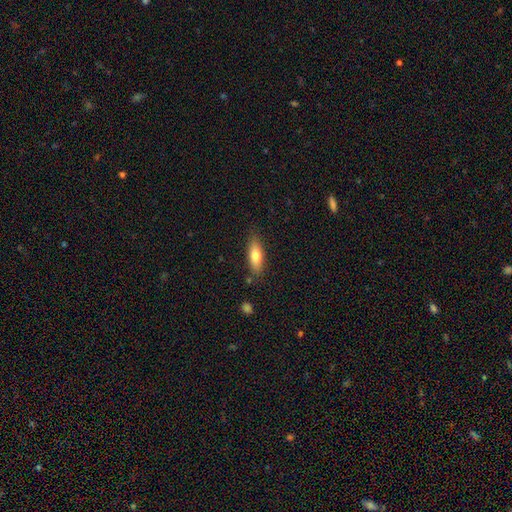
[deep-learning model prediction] smooth-or-featured: smooth: 72% | featured or disk: 21% | star or artifact: 7%
  how-rounded: in between: 60% | cigar-shaped: 37% | round: 3%
  merging: none: 83% | minor disturbance: 12% | major disturbance: 3% | merger: 2%